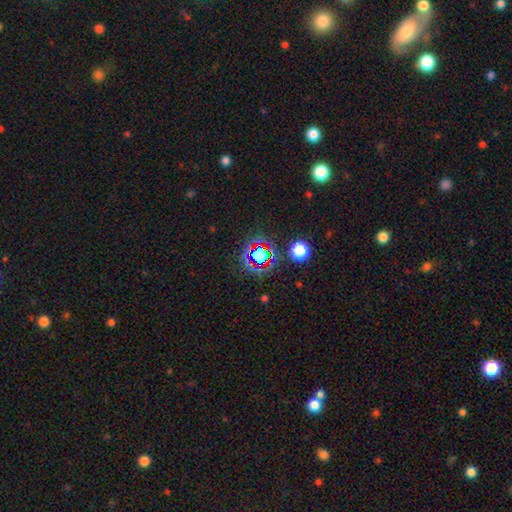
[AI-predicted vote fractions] Smooth or featured? star or artifact (65%)